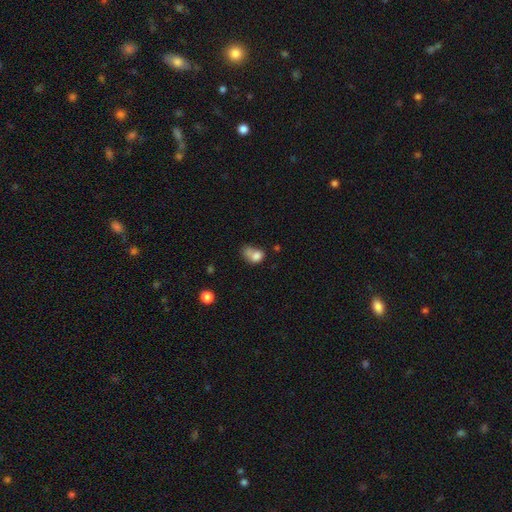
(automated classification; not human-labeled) smooth-or-featured: smooth: 75% | featured or disk: 14% | star or artifact: 11%
  how-rounded: in between: 63% | round: 36% | cigar-shaped: 2%
  merging: merger: 38% | none: 24% | major disturbance: 19% | minor disturbance: 18%